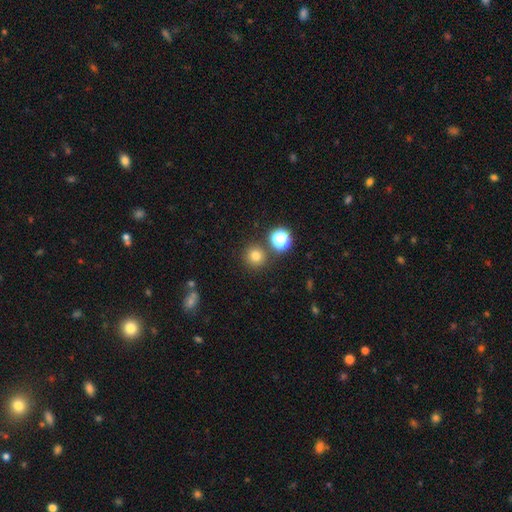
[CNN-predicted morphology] Smooth or featured? Predicted: smooth (p=0.76). How rounded? Predicted: round (p=0.94). Merging? Predicted: none (p=0.84).